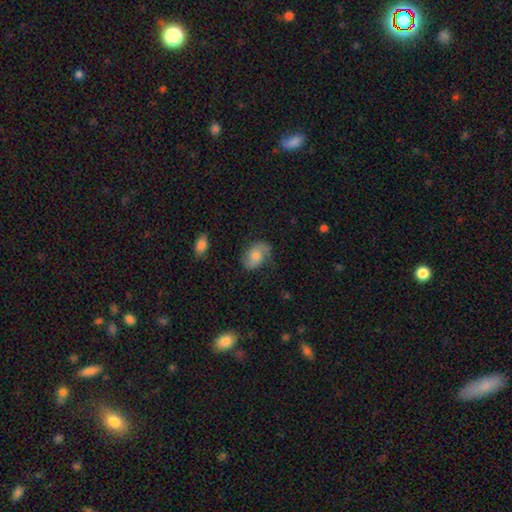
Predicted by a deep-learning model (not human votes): The model was most divided on "smooth or featured": featured or disk: 51%, smooth: 41%, star or artifact: 8%. More confident: edge-on disk — no (96%); merging — none (69%).